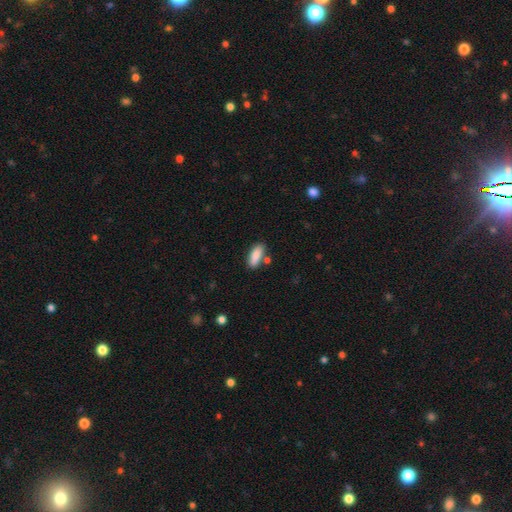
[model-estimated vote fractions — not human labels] Q: Smooth or featured?
A: smooth (86%); runner-up: featured or disk (7%)
Q: How rounded?
A: in between (72%); runner-up: cigar-shaped (26%)
Q: Merging?
A: none (75%); runner-up: minor disturbance (12%)